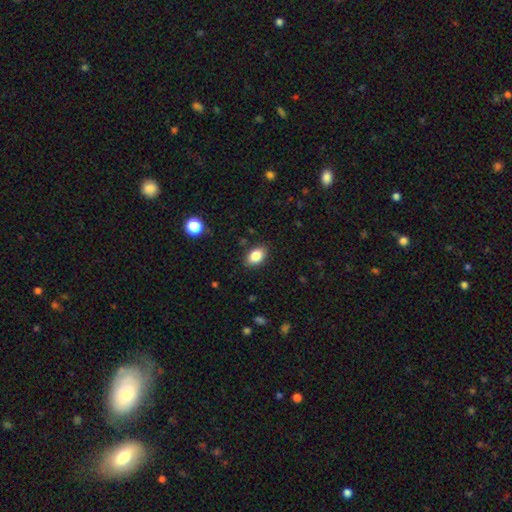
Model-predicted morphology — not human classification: smooth-or-featured: smooth: 85% | star or artifact: 8% | featured or disk: 7%
  how-rounded: in between: 86% | round: 12% | cigar-shaped: 1%
  merging: none: 87% | minor disturbance: 10% | major disturbance: 2% | merger: 1%